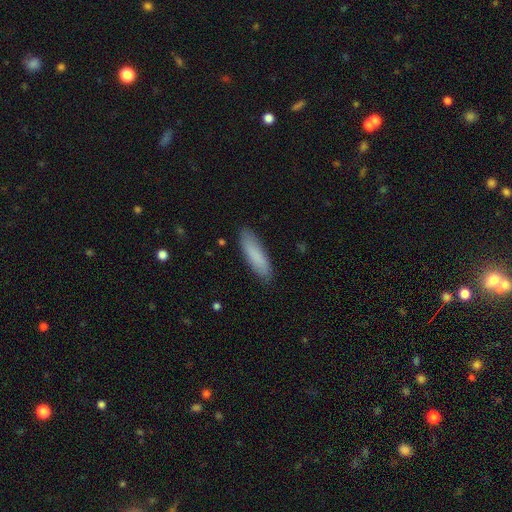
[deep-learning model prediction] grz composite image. It shows a smooth galaxy with no disk features (85%) that is cigar-shaped (63%). Merging: none (87%).